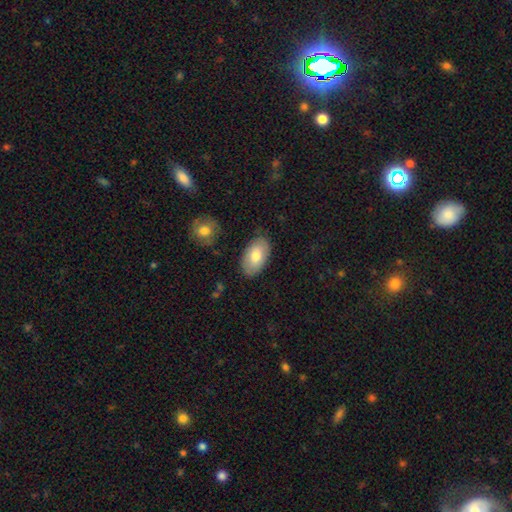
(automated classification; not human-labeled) smooth-or-featured: smooth: 78% | featured or disk: 17% | star or artifact: 6%
  how-rounded: in between: 95% | round: 3% | cigar-shaped: 2%
  merging: none: 83% | minor disturbance: 13% | major disturbance: 3% | merger: 2%